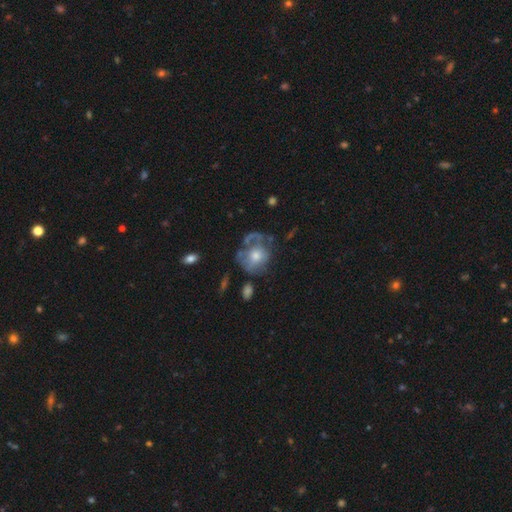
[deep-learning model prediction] Morphology: type=featured or disk (55%); edge-on=no (96%); bar=no (83%); spiral arms=no (55%); bulge=moderate (58%); merging=none (42%).